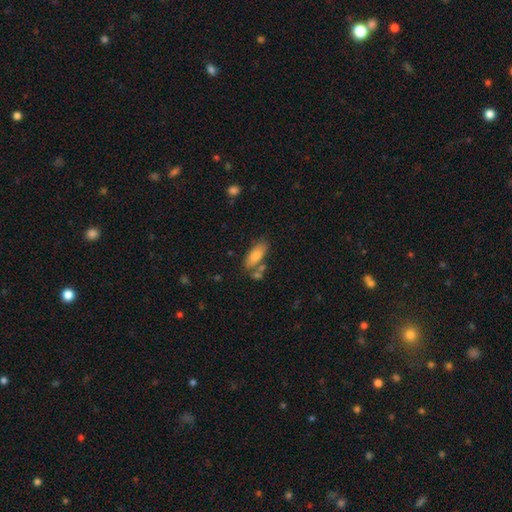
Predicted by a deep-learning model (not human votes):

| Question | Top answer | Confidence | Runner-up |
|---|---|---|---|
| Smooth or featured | smooth | 81% | featured or disk (12%) |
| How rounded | in between | 78% | cigar-shaped (20%) |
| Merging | none | 62% | minor disturbance (17%) |